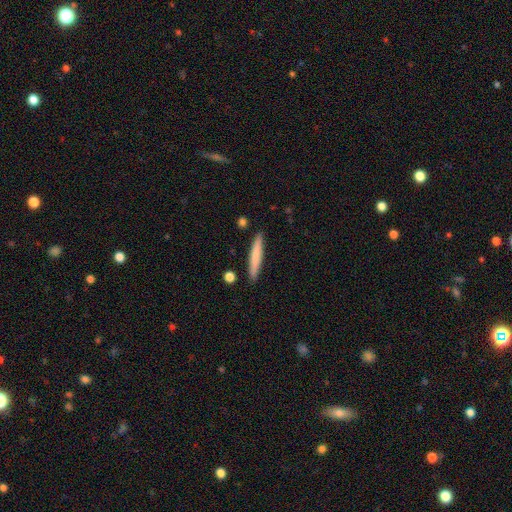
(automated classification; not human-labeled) This is likely a smooth galaxy (73%). How rounded: clearly cigar-shaped (95%). Merging: clearly none (89%).